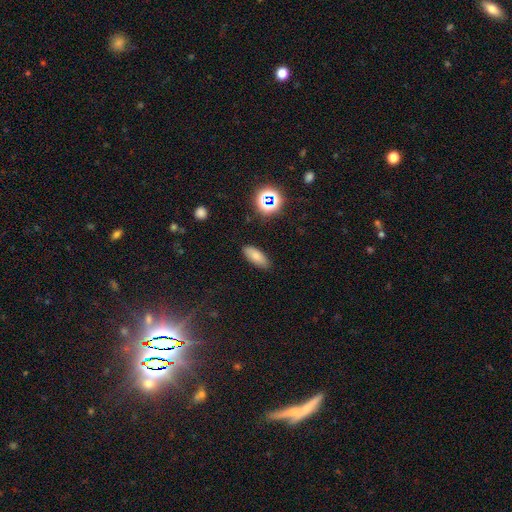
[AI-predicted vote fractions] smooth 75%, featured or disk 12%, star or artifact 12%. Down the decision tree: how rounded — in between (79%); merging — none (84%).